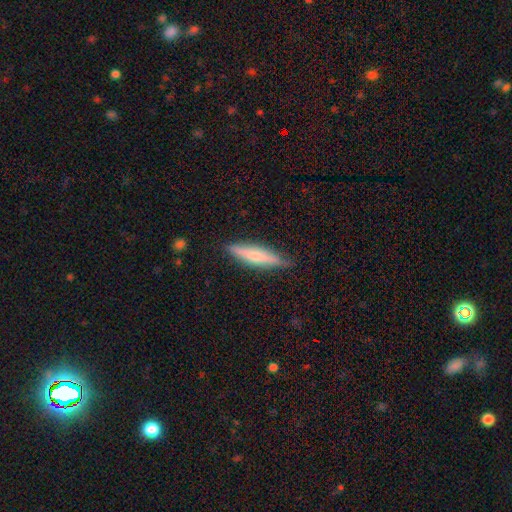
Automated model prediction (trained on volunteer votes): Smooth or featured: smooth — 50% (featured or disk — 43%)
How rounded: cigar-shaped — 81% (in between — 17%)
Merging: none — 84% (minor disturbance — 13%)